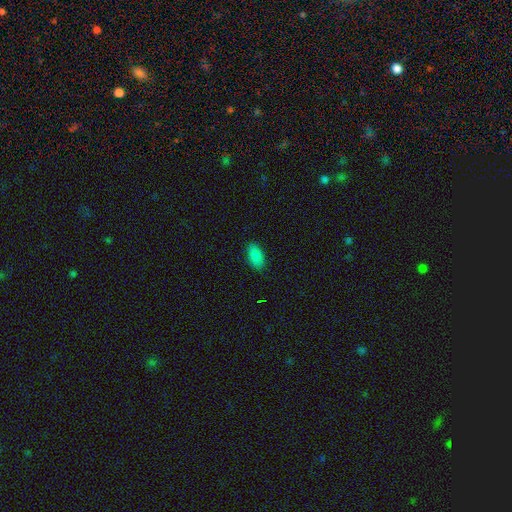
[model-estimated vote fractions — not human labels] Morphology: type=smooth (86%); roundness=in between (92%); merging=none (86%).